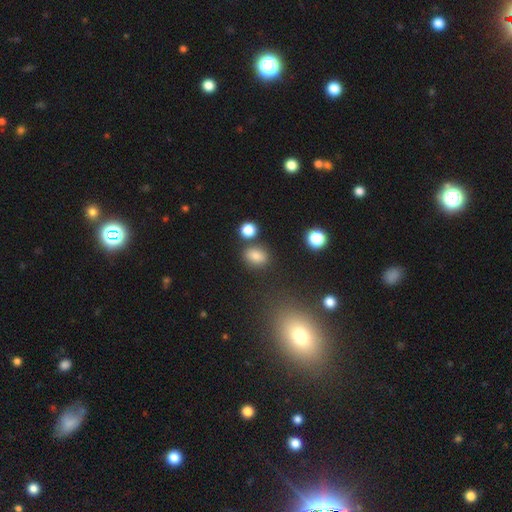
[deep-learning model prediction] The model was most divided on "how rounded": in between: 63%, round: 35%, cigar-shaped: 2%. More confident: smooth or featured — smooth (79%); merging — none (77%).